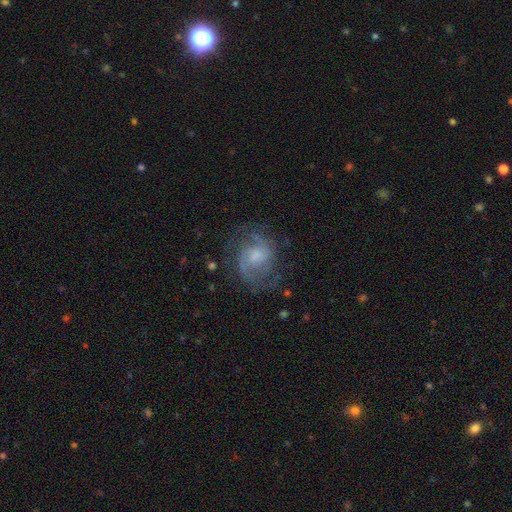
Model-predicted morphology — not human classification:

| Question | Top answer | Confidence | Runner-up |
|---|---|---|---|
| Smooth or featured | featured or disk | 80% | smooth (12%) |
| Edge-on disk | no | 98% | yes (2%) |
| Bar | no | 56% | weak (38%) |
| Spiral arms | yes | 94% | no (6%) |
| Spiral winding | medium | 51% | tight (31%) |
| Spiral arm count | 2 | 80% | can't tell (10%) |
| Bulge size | small | 38% | moderate (37%) |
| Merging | none | 72% | minor disturbance (17%) |